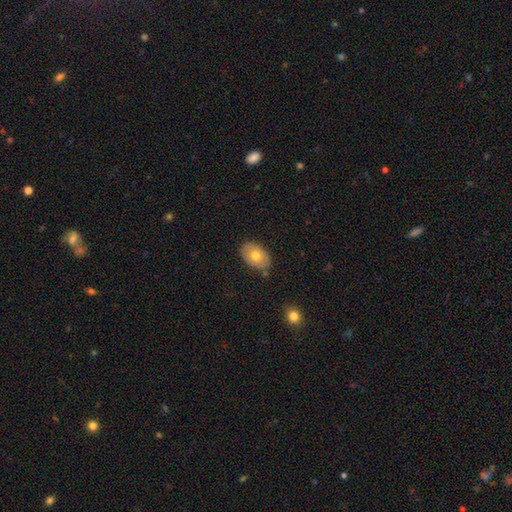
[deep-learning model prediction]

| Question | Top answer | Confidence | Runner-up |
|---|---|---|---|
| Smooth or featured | smooth | 69% | featured or disk (24%) |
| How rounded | in between | 88% | round (11%) |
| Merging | none | 80% | minor disturbance (14%) |